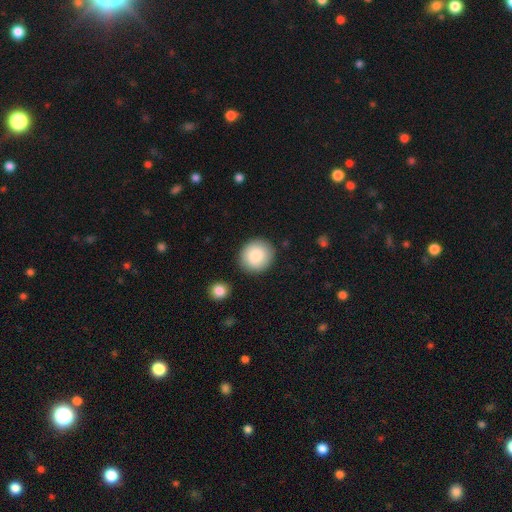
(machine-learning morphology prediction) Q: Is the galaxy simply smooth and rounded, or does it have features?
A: smooth — 85%.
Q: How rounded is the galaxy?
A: round — 87%.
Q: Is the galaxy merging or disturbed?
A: none — 86%.